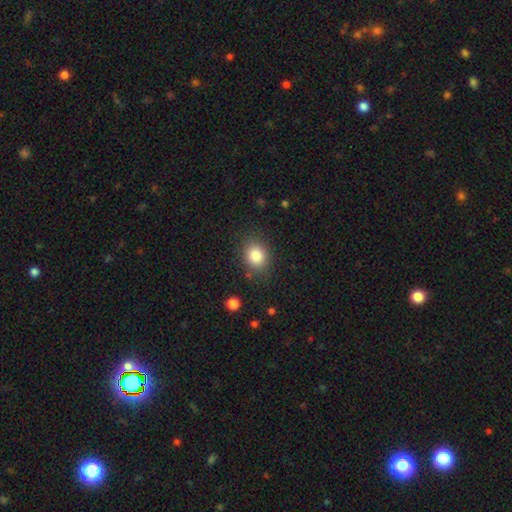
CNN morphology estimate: This is clearly a smooth galaxy (84%). How rounded: possibly round (54%). Merging: clearly none (83%).